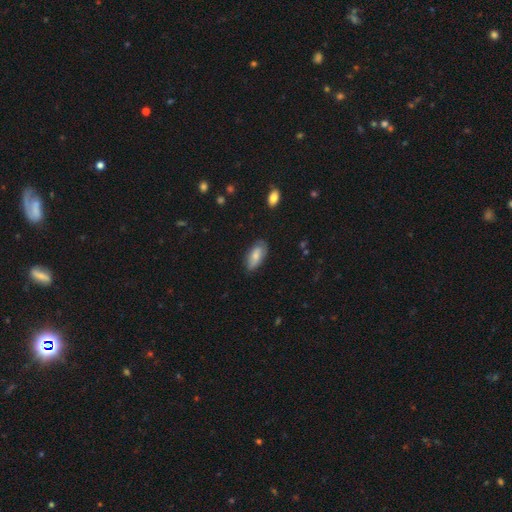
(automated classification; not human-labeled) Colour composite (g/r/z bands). It shows a smooth galaxy with no disk features (74%) that is in between round and cigar-shaped (90%). Merging: none (76%).